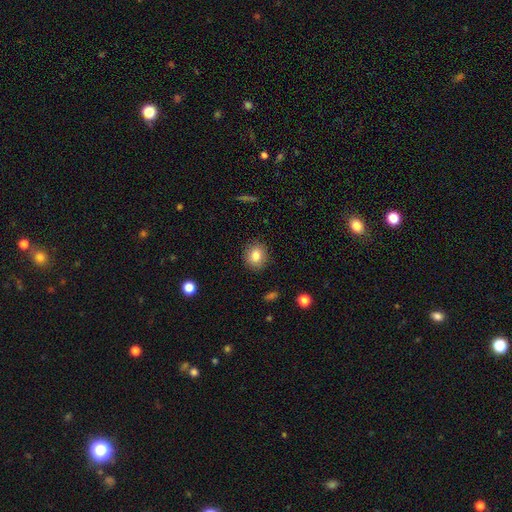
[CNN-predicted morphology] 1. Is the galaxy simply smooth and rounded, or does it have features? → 82% smooth, 10% star or artifact, 9% featured or disk.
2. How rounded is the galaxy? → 77% round, 22% in between, 1% cigar-shaped.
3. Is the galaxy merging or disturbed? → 89% none, 8% minor disturbance, 2% major disturbance, 1% merger.